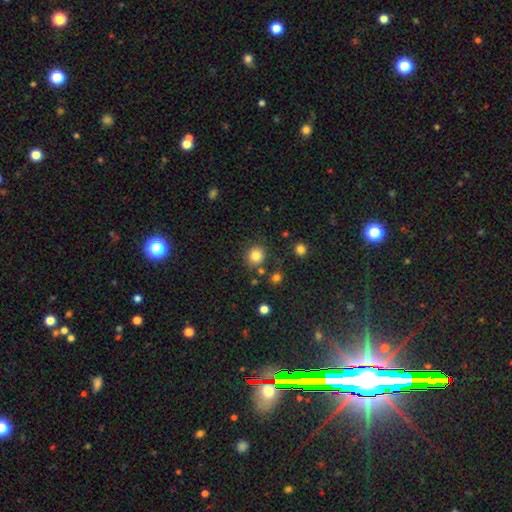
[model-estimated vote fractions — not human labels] Smooth or featured: smooth — 82% (star or artifact — 12%)
How rounded: round — 87% (in between — 12%)
Merging: none — 81% (minor disturbance — 9%)